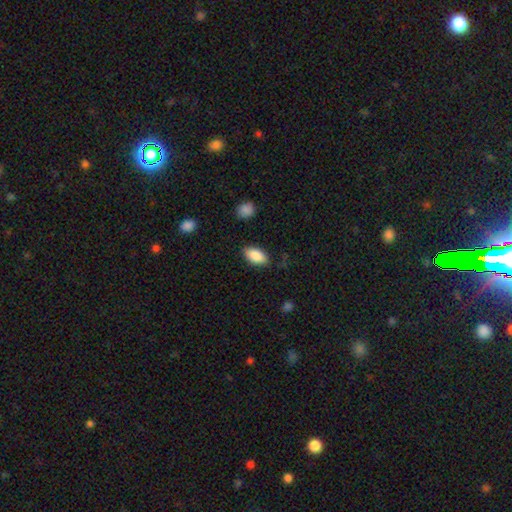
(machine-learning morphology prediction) A smooth galaxy with no disk features (88%) that is in between round and cigar-shaped (93%).

Vote fractions:
- Smooth or featured? smooth: 88% / star or artifact: 6% / featured or disk: 6%
- How rounded? in between: 93% / round: 3% / cigar-shaped: 3%
- Merging? none: 82% / minor disturbance: 14% / major disturbance: 3% / merger: 1%